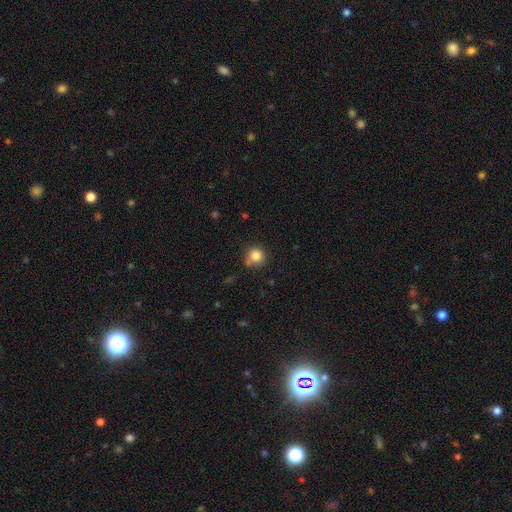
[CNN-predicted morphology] Smooth or featured? Predicted: smooth (p=0.83). How rounded? Predicted: round (p=0.90). Merging? Predicted: none (p=0.69).